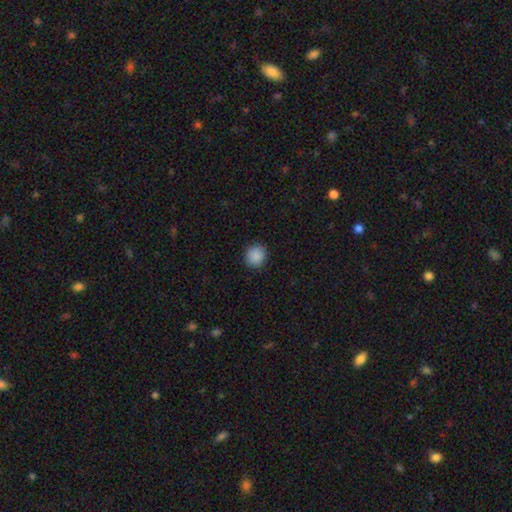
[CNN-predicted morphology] smooth_or_featured: smooth (p=0.89) [alt: star or artifact p=0.09]
how_rounded: round (p=0.89) [alt: in between p=0.10]
merging: none (p=0.90) [alt: minor disturbance p=0.07]